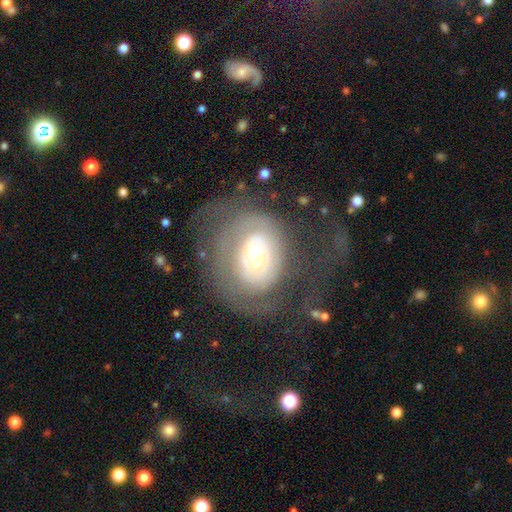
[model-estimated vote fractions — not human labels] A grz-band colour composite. It shows a featured or disk galaxy (65%) with no bar (59%), spiral arms (60%) and a moderate central bulge (59%). Merging: major disturbance (43%).